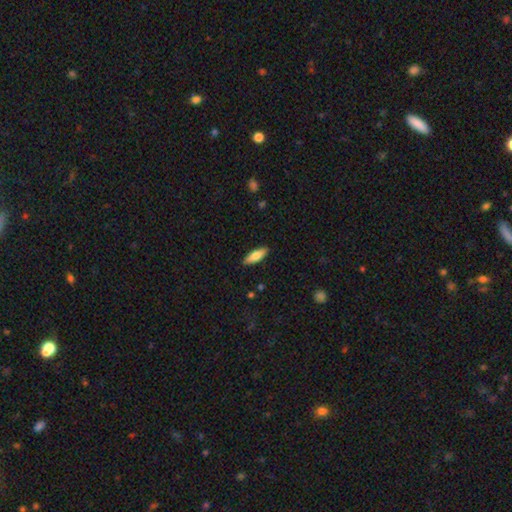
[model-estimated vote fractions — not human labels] smooth 71%, featured or disk 23%, star or artifact 6%. Down the decision tree: how rounded — in between (53%); merging — none (89%).